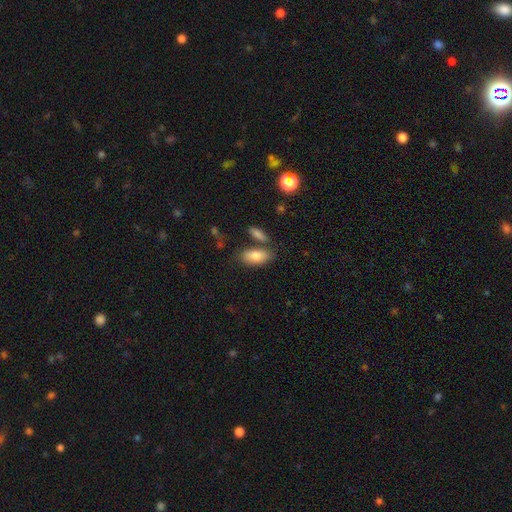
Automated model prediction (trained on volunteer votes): smooth_or_featured: smooth (p=0.82) [alt: featured or disk p=0.11]
how_rounded: in between (p=0.89) [alt: cigar-shaped p=0.08]
merging: none (p=0.70) [alt: minor disturbance p=0.13]